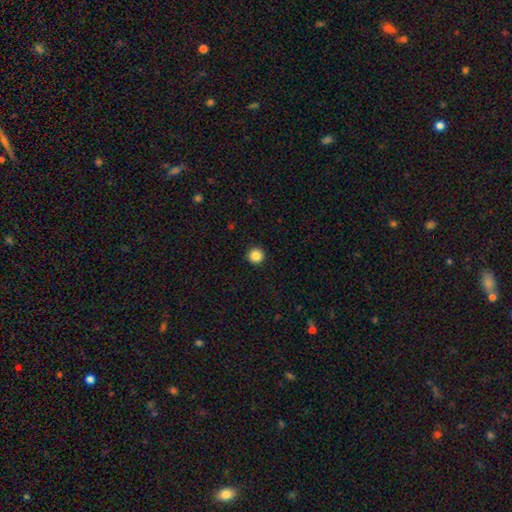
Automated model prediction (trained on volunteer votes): The model was most divided on "smooth or featured": smooth: 86%, star or artifact: 10%, featured or disk: 4%. More confident: how rounded — round (96%); merging — none (94%).